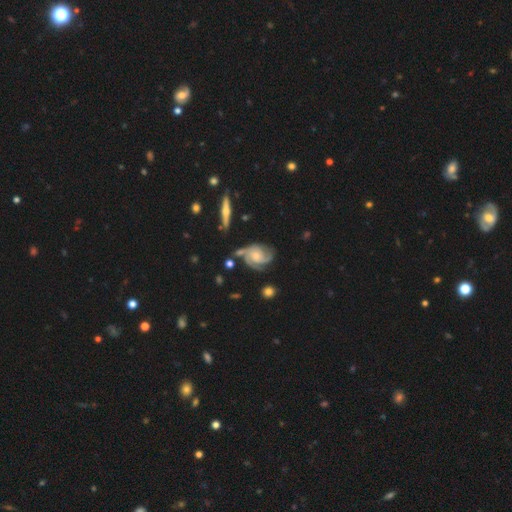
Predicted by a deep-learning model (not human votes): The model was most divided on "spiral winding": tight: 46%, medium: 44%, loose: 10%. Remaining: spiral arms — yes (97%); edge-on disk — no (97%); smooth or featured — featured or disk (86%); bar — no (68%); merging — none (64%); spiral arm count — 3 (56%); bulge size — small (48%).